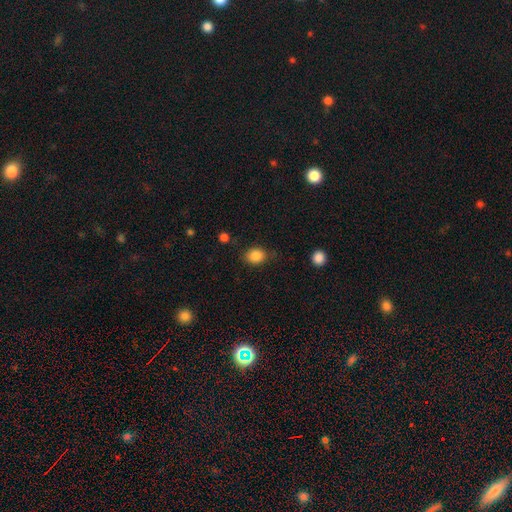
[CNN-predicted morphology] A smooth galaxy with no disk features (86%) that is in between round and cigar-shaped (50%). Merging: none (77%).